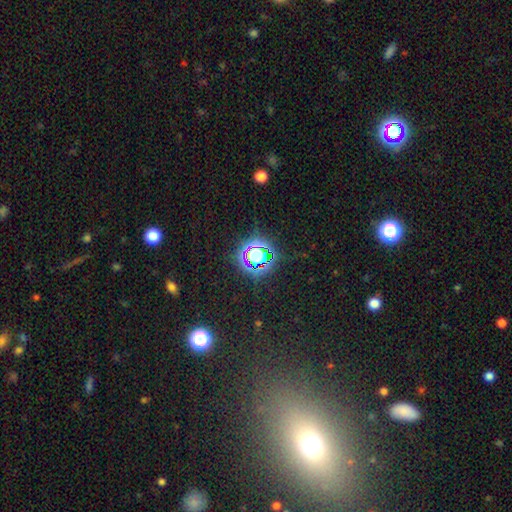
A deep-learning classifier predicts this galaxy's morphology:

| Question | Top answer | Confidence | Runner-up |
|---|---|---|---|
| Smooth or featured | star or artifact | 74% | smooth (16%) |